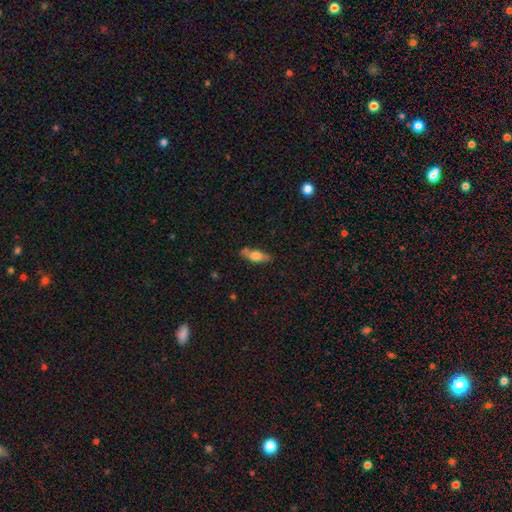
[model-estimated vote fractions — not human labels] smooth-or-featured: smooth: 60% | featured or disk: 33% | star or artifact: 7%
  how-rounded: in between: 57% | cigar-shaped: 39% | round: 3%
  merging: none: 72% | minor disturbance: 19% | merger: 5% | major disturbance: 4%